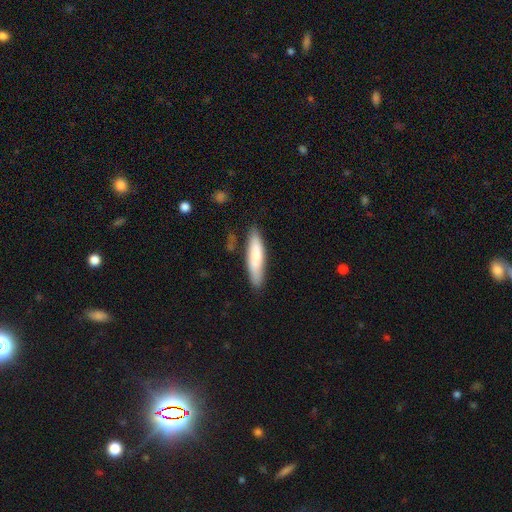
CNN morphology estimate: Smooth or featured: smooth — 77% (featured or disk — 18%)
How rounded: cigar-shaped — 78% (in between — 21%)
Merging: none — 83% (minor disturbance — 12%)